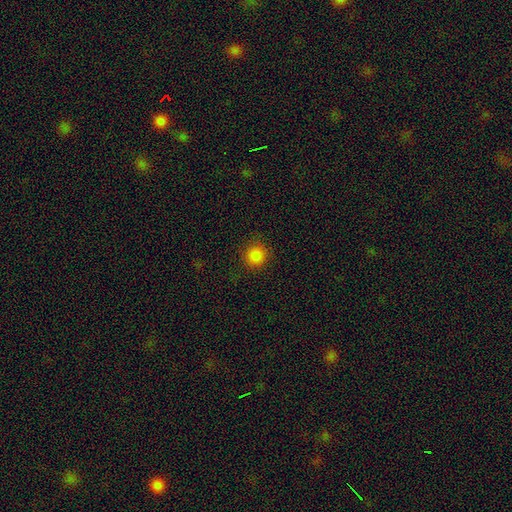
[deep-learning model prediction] Q: Smooth or featured?
A: smooth (86%); runner-up: star or artifact (12%)
Q: How rounded?
A: round (93%); runner-up: in between (6%)
Q: Merging?
A: none (90%); runner-up: minor disturbance (7%)